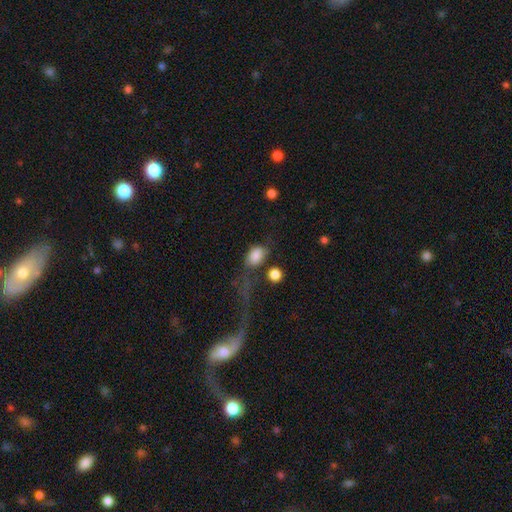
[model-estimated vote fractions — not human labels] smooth-or-featured: smooth: 80% | featured or disk: 11% | star or artifact: 9%
  how-rounded: in between: 80% | round: 18% | cigar-shaped: 2%
  merging: none: 41% | major disturbance: 22% | minor disturbance: 20% | merger: 16%